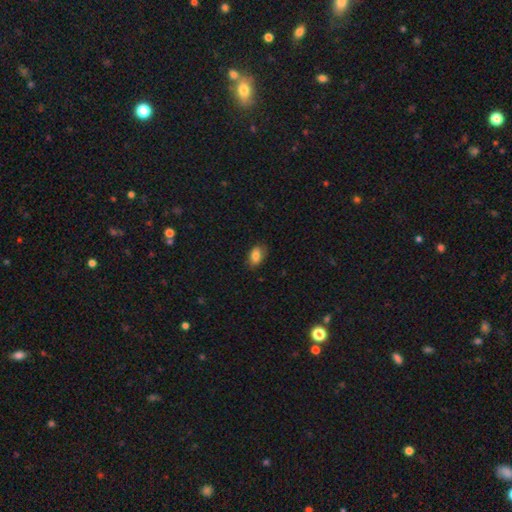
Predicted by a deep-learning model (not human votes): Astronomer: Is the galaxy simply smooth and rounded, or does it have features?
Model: smooth — 83%.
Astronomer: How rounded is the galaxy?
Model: in between — 88%.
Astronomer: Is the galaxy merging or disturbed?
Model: none — 77%.